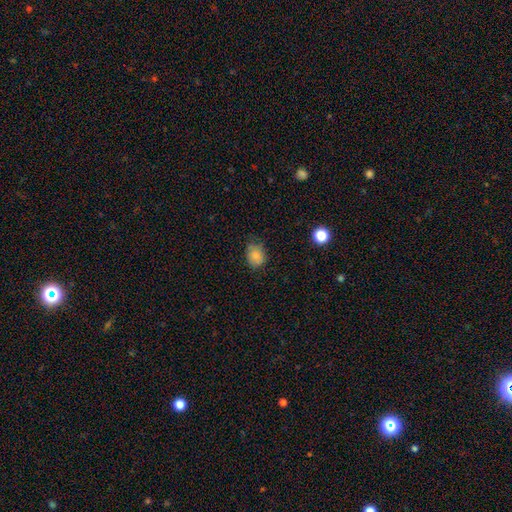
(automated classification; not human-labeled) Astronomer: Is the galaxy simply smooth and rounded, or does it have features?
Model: smooth — 83%.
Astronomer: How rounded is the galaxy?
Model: round — 50% (runner-up: in between, 49%).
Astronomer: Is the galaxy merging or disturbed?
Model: none — 65%.